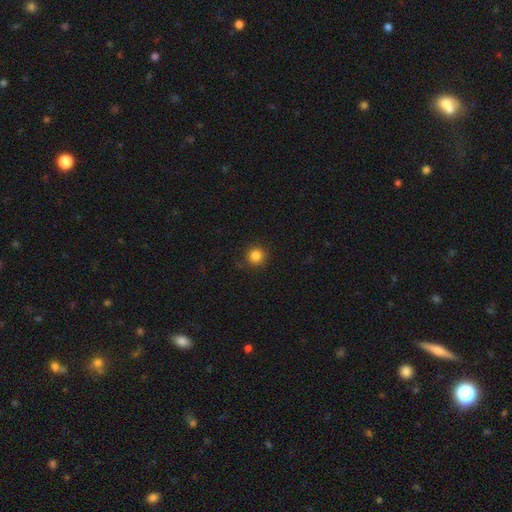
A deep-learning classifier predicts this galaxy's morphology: The model was most divided on "smooth or featured": smooth: 84%, star or artifact: 12%, featured or disk: 4%. More confident: how rounded — round (95%); merging — none (88%).